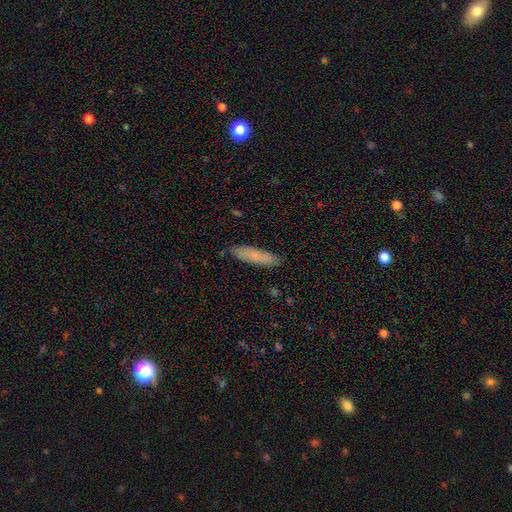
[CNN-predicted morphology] Smooth or featured? smooth (78%)
How rounded? cigar-shaped (77%)
Merging? none (86%)